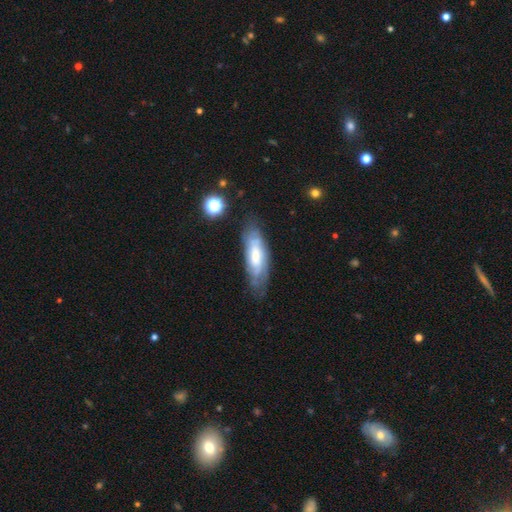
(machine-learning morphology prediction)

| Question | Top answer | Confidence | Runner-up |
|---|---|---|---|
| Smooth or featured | featured or disk | 56% | smooth (36%) |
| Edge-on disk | no | 78% | yes (22%) |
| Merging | none | 65% | minor disturbance (23%) |